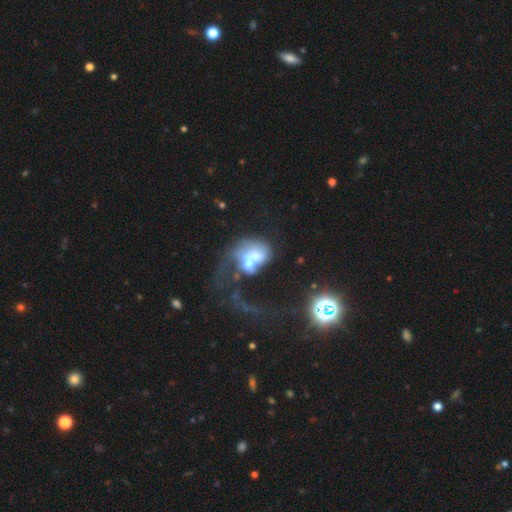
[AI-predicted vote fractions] The model was most divided on "smooth or featured": featured or disk: 52%, smooth: 36%, star or artifact: 12%. Remaining: edge-on disk — no (97%); bar — no (80%); spiral arms — no (66%); merging — merger (55%); bulge size — moderate (42%).